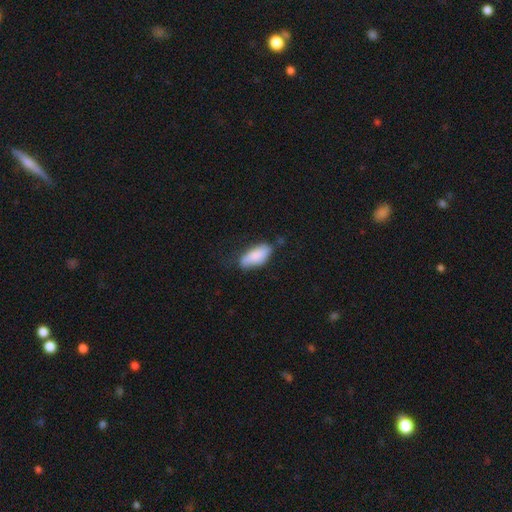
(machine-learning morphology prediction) Smooth or featured?
  - smooth: 83% *
  - featured or disk: 11%
  - star or artifact: 6%
How rounded?
  - in between: 81% *
  - cigar-shaped: 17%
  - round: 2%
Merging?
  - none: 57% *
  - minor disturbance: 32%
  - major disturbance: 8%
  - merger: 3%